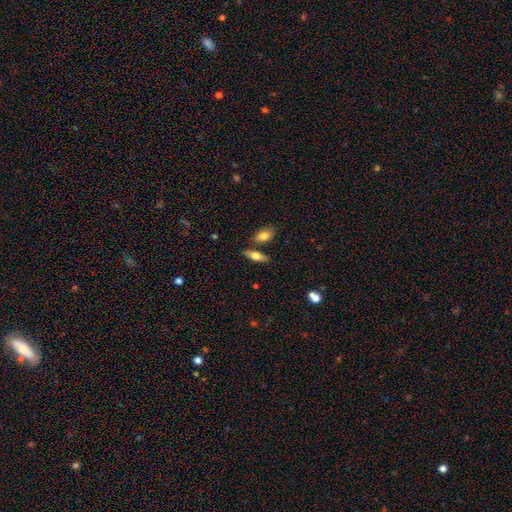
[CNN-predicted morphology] Smooth or featured? smooth (62%)
How rounded? in between (60%)
Merging? none (74%)